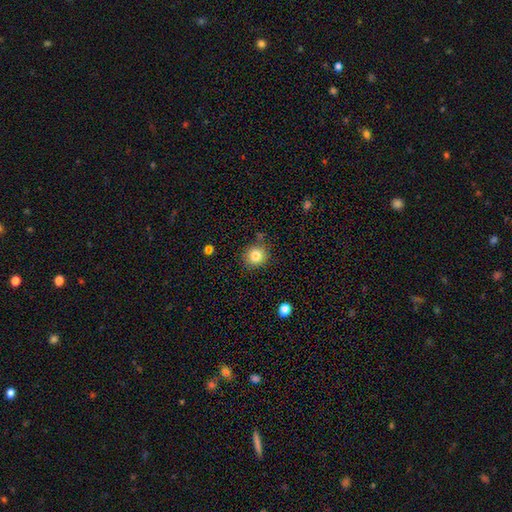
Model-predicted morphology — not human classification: Smooth or featured? smooth (83%)
How rounded? round (88%)
Merging? none (83%)